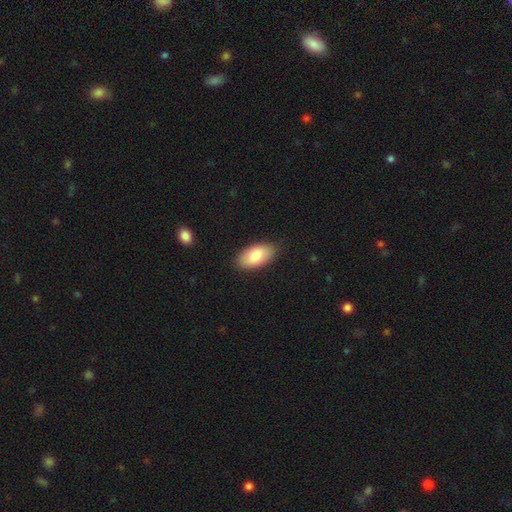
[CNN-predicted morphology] smooth-or-featured: smooth: 82% | featured or disk: 12% | star or artifact: 6%
  how-rounded: in between: 94% | round: 3% | cigar-shaped: 3%
  merging: none: 86% | minor disturbance: 11% | major disturbance: 2% | merger: 1%